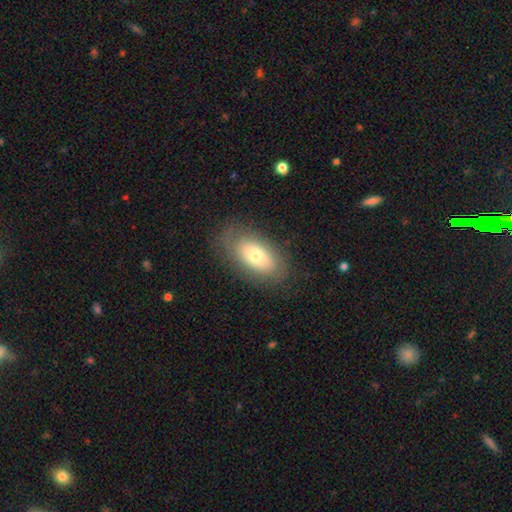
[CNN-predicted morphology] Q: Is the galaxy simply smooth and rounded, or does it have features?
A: smooth — 64%.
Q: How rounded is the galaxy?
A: in between — 91%.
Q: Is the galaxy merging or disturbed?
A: none — 79%.